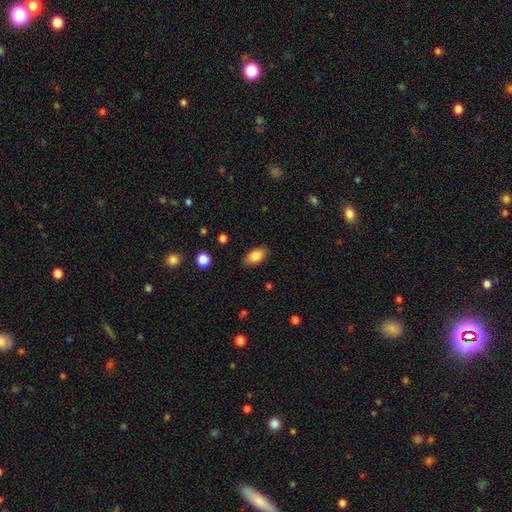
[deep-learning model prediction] The model was most divided on "smooth or featured": smooth: 83%, featured or disk: 9%, star or artifact: 8%. More confident: how rounded — in between (90%); merging — none (86%).